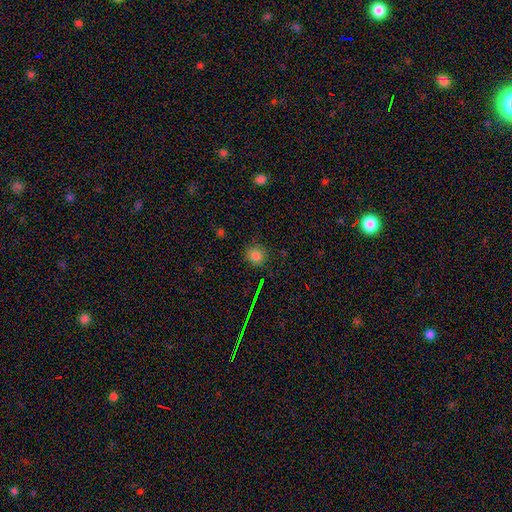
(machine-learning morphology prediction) type=smooth (78%); roundness=round (85%); merging=none (85%).